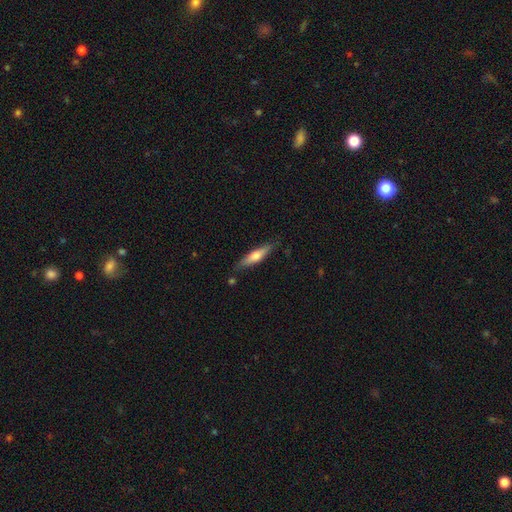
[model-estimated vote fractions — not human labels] Smooth or featured: smooth — 55% (featured or disk — 39%)
How rounded: cigar-shaped — 78% (in between — 20%)
Merging: none — 80% (minor disturbance — 14%)